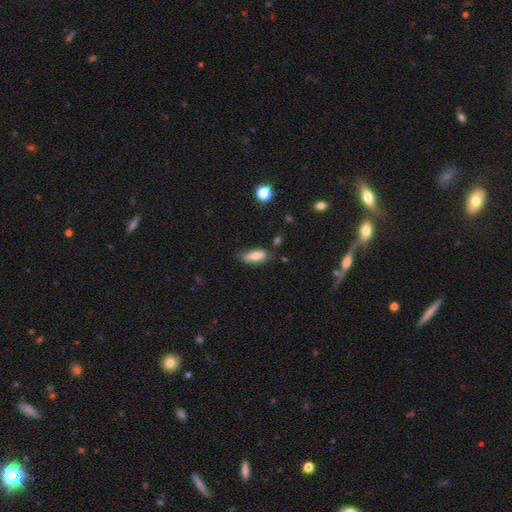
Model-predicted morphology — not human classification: A smooth galaxy with no disk features (74%) that is in between round and cigar-shaped (81%). Merging: none (56%).